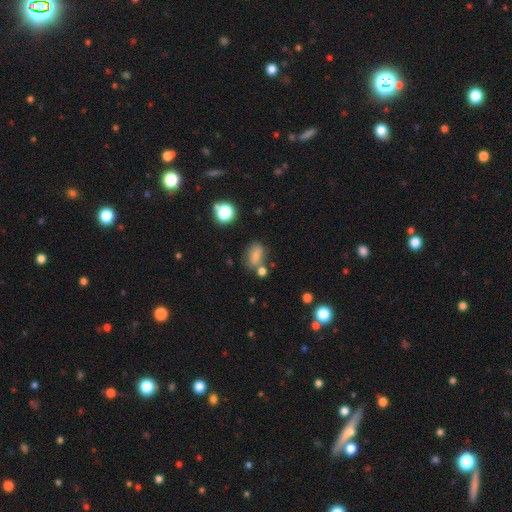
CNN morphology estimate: Q: Smooth or featured?
A: smooth (72%); runner-up: star or artifact (14%)
Q: How rounded?
A: in between (75%); runner-up: round (22%)
Q: Merging?
A: none (60%); runner-up: minor disturbance (18%)